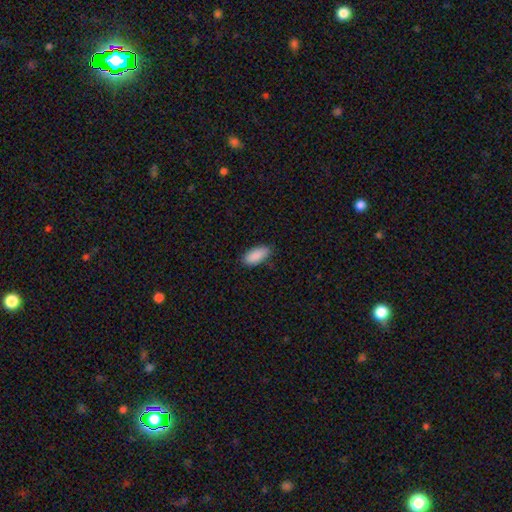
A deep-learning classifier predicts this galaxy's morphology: This is clearly a smooth galaxy (90%). How rounded: clearly in between (89%). Merging: clearly none (81%).